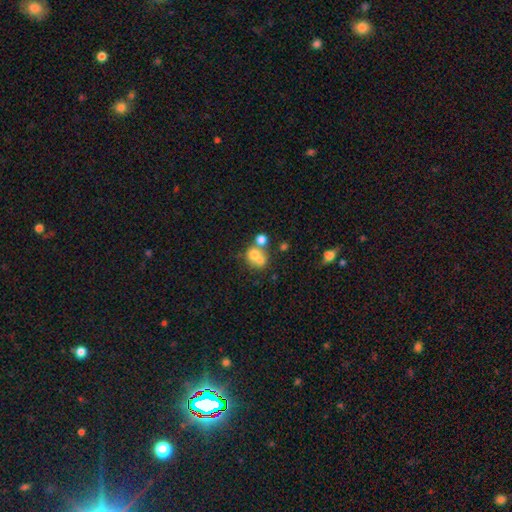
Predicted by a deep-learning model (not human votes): smooth-or-featured: smooth: 66% | featured or disk: 21% | star or artifact: 13%
  how-rounded: round: 72% | in between: 27% | cigar-shaped: 1%
  merging: merger: 56% | none: 31% | minor disturbance: 8% | major disturbance: 5%